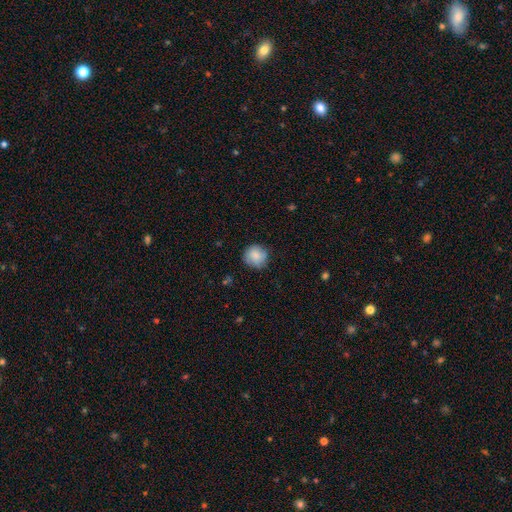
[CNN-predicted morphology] smooth 84%, featured or disk 9%, star or artifact 8%. Down the decision tree: how rounded — round (91%); merging — none (80%).